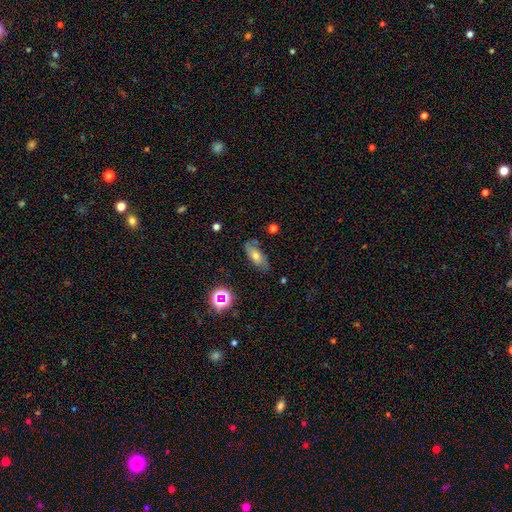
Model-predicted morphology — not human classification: type=smooth (54%); roundness=in between (76%); merging=none (70%).